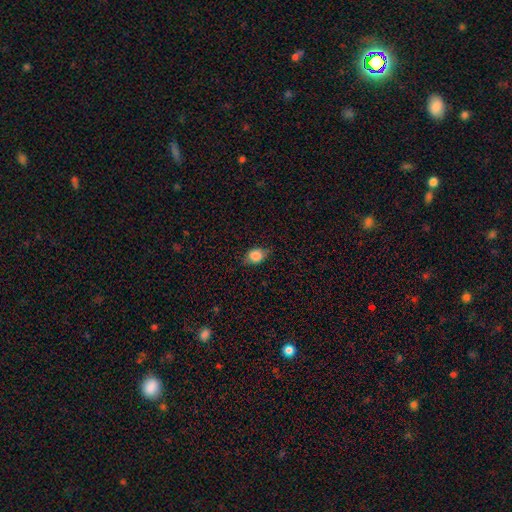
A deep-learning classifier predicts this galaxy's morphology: smooth 83%, star or artifact 9%, featured or disk 7%. Down the decision tree: how rounded — in between (64%); merging — none (72%).